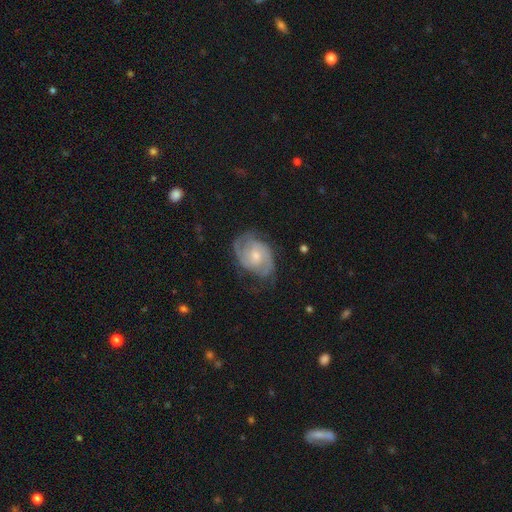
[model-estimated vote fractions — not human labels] The model was most divided on "spiral winding": tight: 46%, medium: 42%, loose: 12%. More confident: edge-on disk — no (97%); spiral arms — yes (95%); smooth or featured — featured or disk (83%); merging — none (66%); spiral arm count — 2 (66%); bulge size — moderate (56%); bar — no (55%).